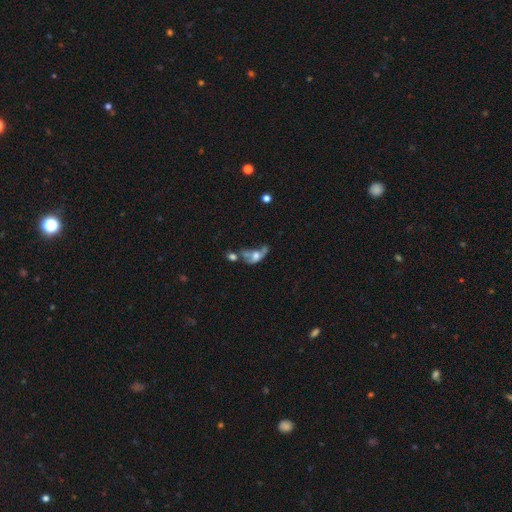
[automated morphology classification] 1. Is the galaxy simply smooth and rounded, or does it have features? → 46% featured or disk, 42% smooth, 12% star or artifact.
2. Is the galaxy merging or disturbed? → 45% merger, 27% major disturbance, 16% none, 12% minor disturbance.